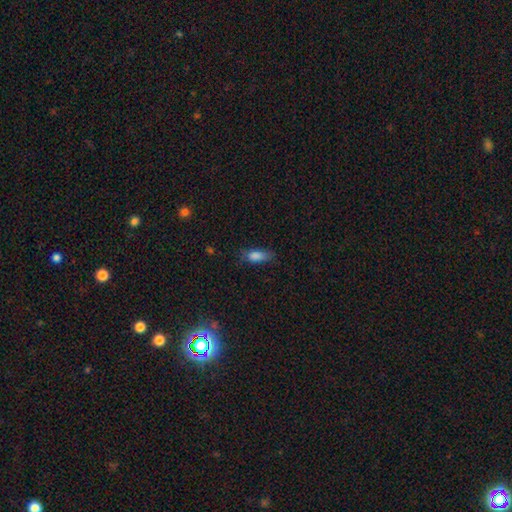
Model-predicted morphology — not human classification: Smooth or featured?
  - smooth: 81% *
  - star or artifact: 10%
  - featured or disk: 9%
How rounded?
  - in between: 70% *
  - cigar-shaped: 26%
  - round: 3%
Merging?
  - none: 62% *
  - minor disturbance: 27%
  - major disturbance: 9%
  - merger: 2%